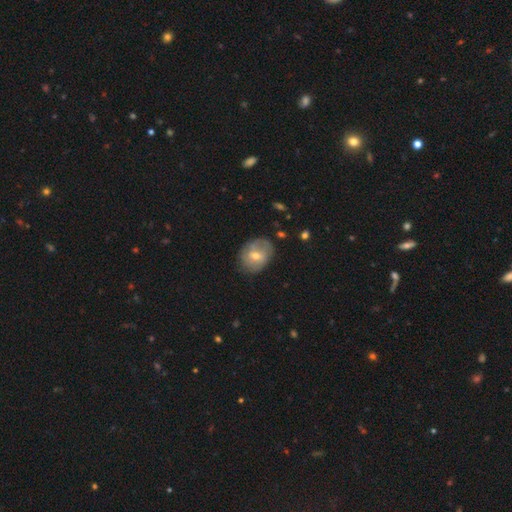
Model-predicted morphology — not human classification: This appears to be a smooth galaxy with no disk features (48%). Merging: none (69%).